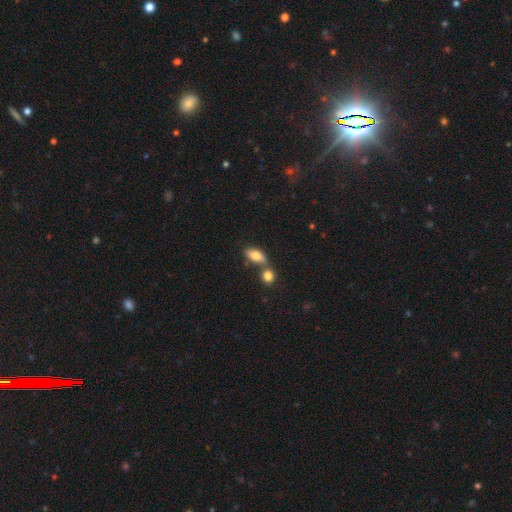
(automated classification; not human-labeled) Q: Smooth or featured?
A: smooth (80%); runner-up: featured or disk (12%)
Q: How rounded?
A: in between (86%); runner-up: round (7%)
Q: Merging?
A: merger (42%); tied with: none (42%)